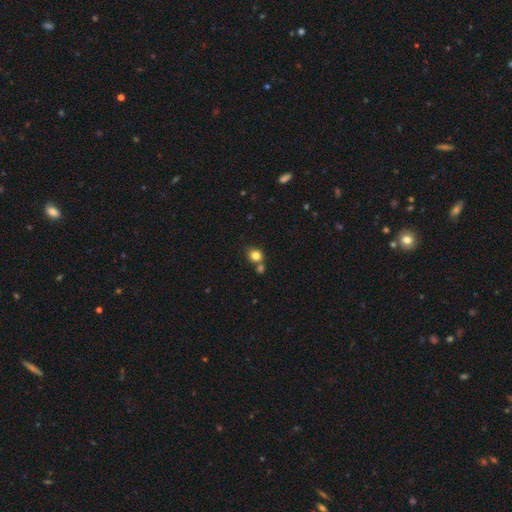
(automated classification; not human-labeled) Overall: smooth (82%). How rounded: round (73%). Merging: none (60%; merger 26%).